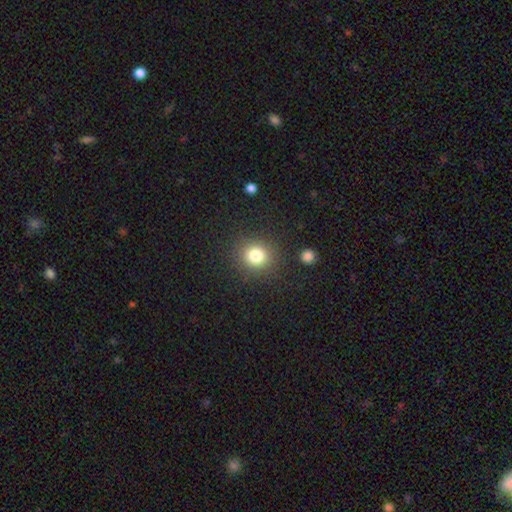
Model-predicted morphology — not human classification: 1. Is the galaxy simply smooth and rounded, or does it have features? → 80% smooth, 13% star or artifact, 7% featured or disk.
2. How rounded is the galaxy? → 86% round, 13% in between, 1% cigar-shaped.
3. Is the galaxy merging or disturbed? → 87% none, 8% minor disturbance, 3% major disturbance, 2% merger.